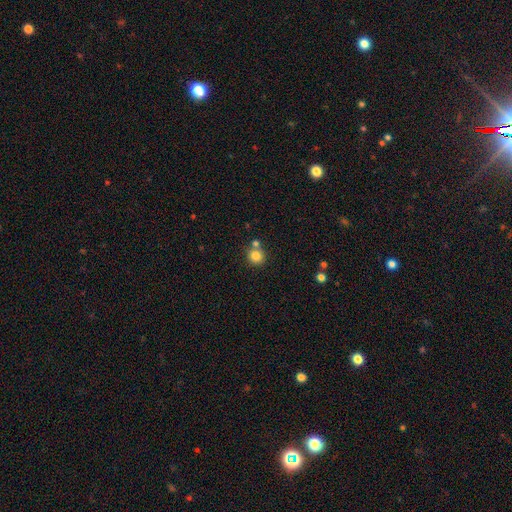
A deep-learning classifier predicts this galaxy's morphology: type=smooth (83%); roundness=round (89%); merging=none (67%).